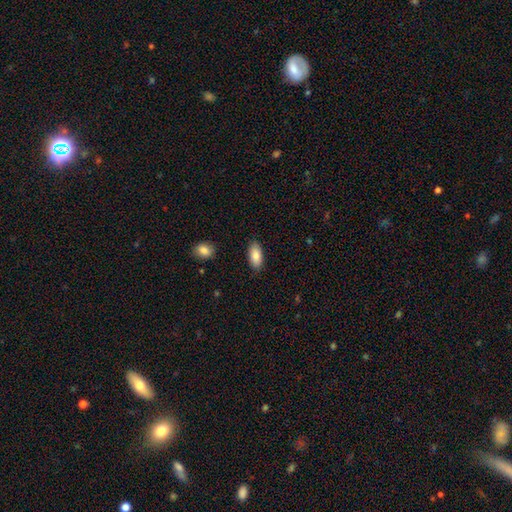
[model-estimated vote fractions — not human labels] This appears to be a smooth galaxy with no disk features (87%) that is in between round and cigar-shaped (90%). Merging: none (87%).